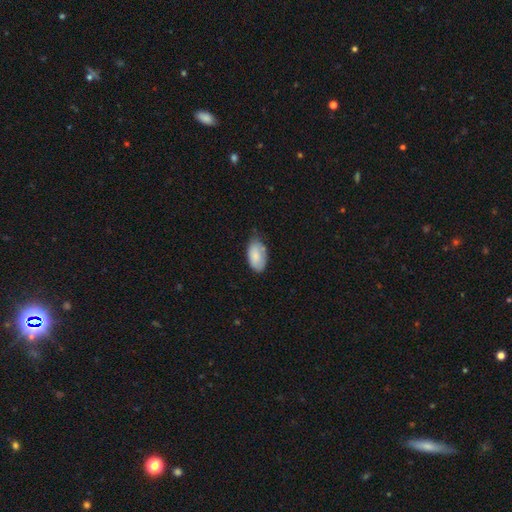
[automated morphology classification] This is clearly a smooth galaxy (82%). How rounded: clearly in between (95%). Merging: possibly none (57%).